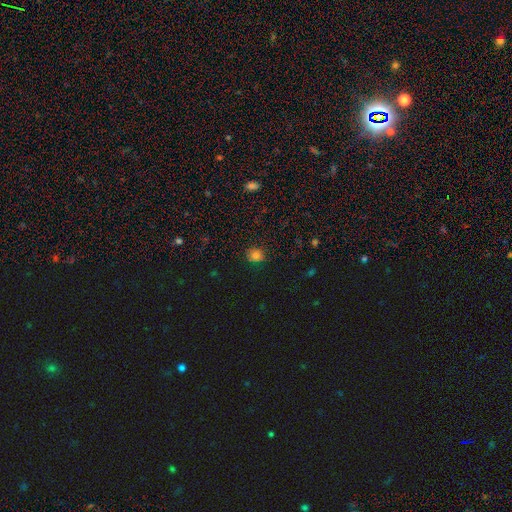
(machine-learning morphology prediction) Q: Smooth or featured?
A: smooth (77%); runner-up: star or artifact (16%)
Q: How rounded?
A: round (76%); runner-up: in between (23%)
Q: Merging?
A: none (86%); runner-up: minor disturbance (11%)